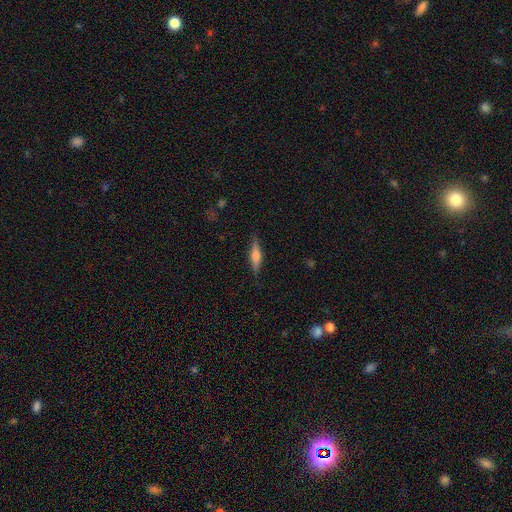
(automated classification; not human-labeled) A featured or disk galaxy (47%, tied with smooth). Merging: none (85%).